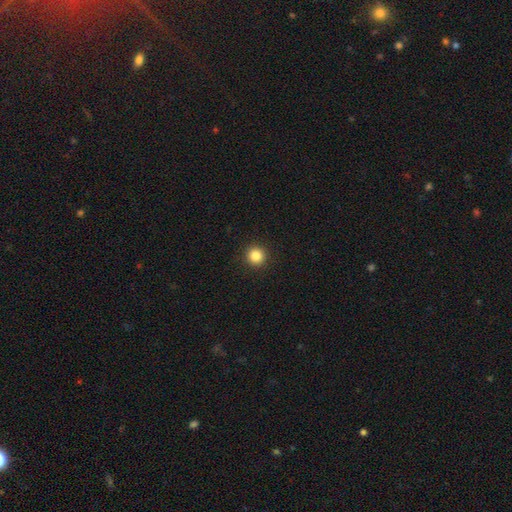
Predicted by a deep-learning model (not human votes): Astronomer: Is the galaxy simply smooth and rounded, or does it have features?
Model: smooth — 85%.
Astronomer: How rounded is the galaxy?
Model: round — 95%.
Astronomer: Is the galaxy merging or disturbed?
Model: none — 93%.